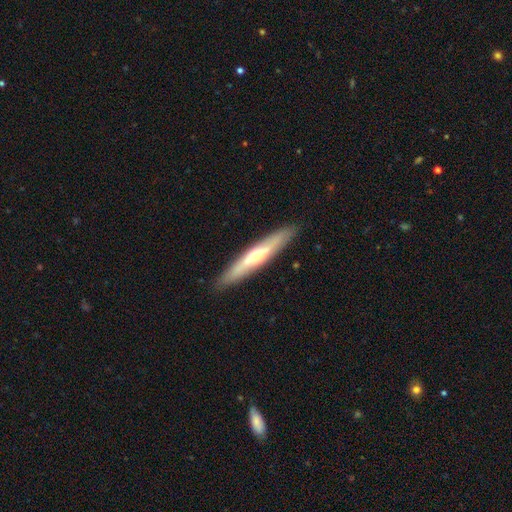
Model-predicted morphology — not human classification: featured or disk 54%, smooth 41%, star or artifact 5%. Down the decision tree: edge-on disk — yes (84%); merging — none (90%).